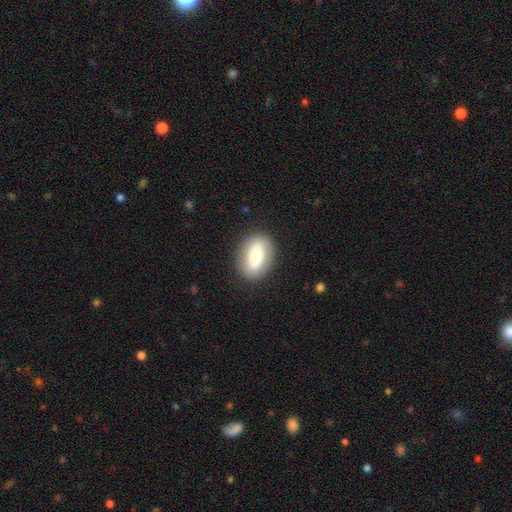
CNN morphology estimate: Smooth or featured?
  - smooth: 65% *
  - featured or disk: 28%
  - star or artifact: 7%
How rounded?
  - in between: 81% *
  - round: 17%
  - cigar-shaped: 3%
Merging?
  - none: 85% *
  - minor disturbance: 10%
  - major disturbance: 4%
  - merger: 1%